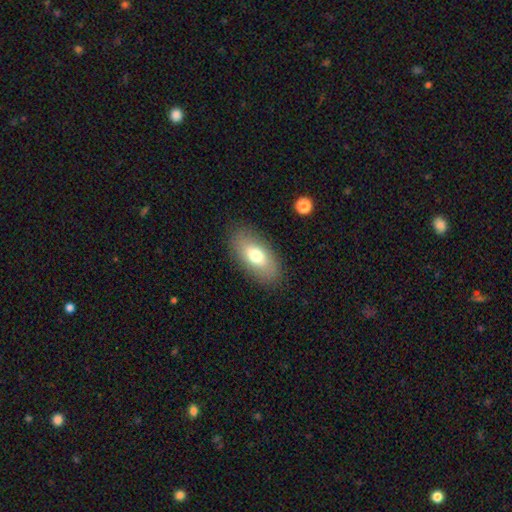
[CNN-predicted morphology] Q: Smooth or featured?
A: smooth (71%); runner-up: featured or disk (22%)
Q: How rounded?
A: in between (91%); runner-up: cigar-shaped (5%)
Q: Merging?
A: none (86%); runner-up: minor disturbance (10%)